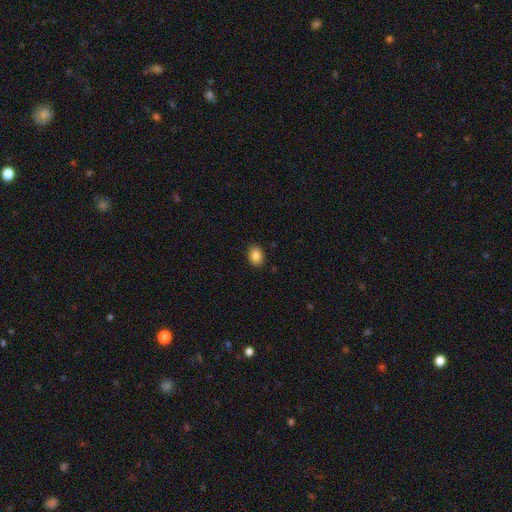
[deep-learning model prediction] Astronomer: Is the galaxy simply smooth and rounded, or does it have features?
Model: smooth — 86%.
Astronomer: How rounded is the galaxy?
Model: in between — 60% (runner-up: round, 39%).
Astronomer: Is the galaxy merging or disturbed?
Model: none — 88%.